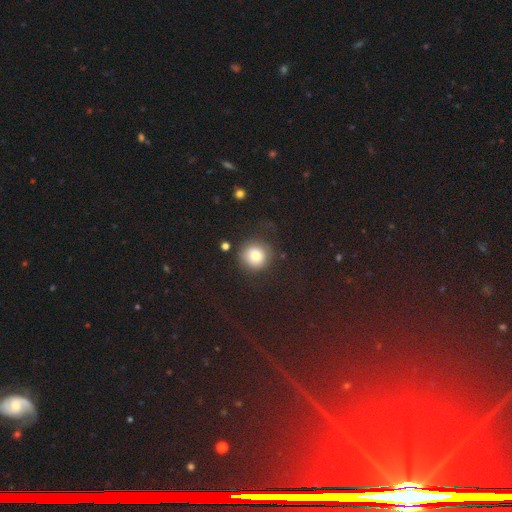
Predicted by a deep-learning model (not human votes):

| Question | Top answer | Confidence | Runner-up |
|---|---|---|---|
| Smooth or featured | smooth | 75% | star or artifact (12%) |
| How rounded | round | 92% | in between (7%) |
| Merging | none | 78% | minor disturbance (12%) |